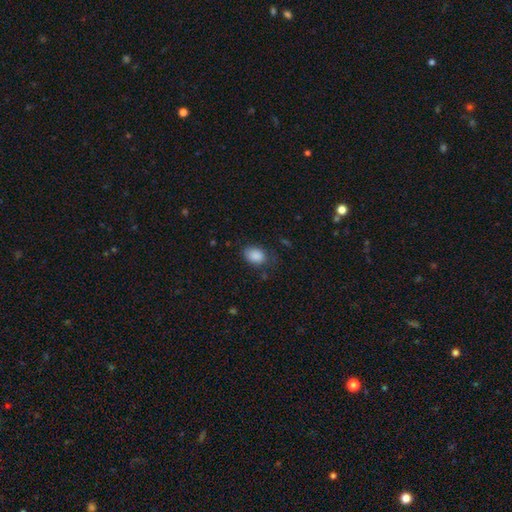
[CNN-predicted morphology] Smooth or featured: smooth — 88% (star or artifact — 8%)
How rounded: in between — 78% (round — 21%)
Merging: none — 70% (minor disturbance — 22%)